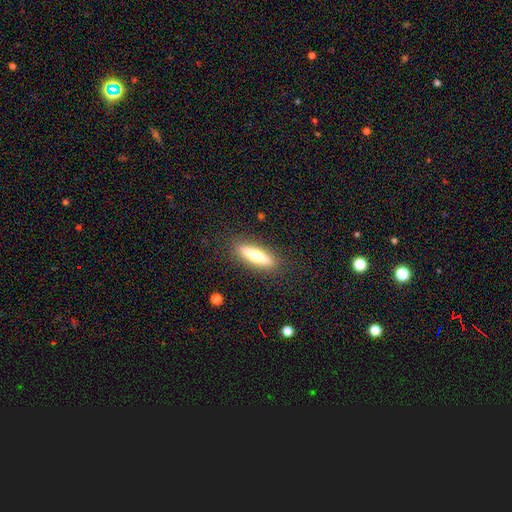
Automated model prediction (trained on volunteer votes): A smooth galaxy with no disk features (65%) that is cigar-shaped (77%). Merging: none (88%).